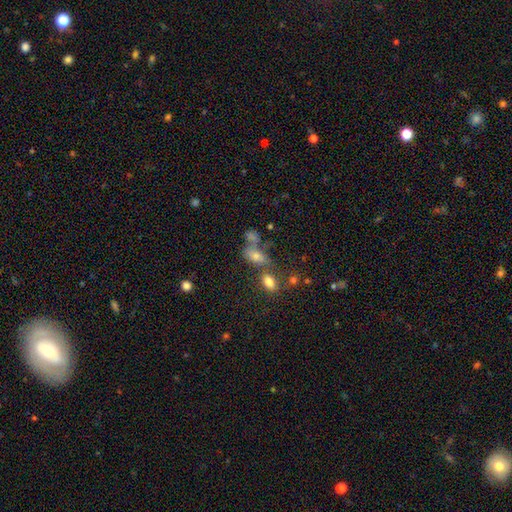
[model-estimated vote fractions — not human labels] smooth 62%, star or artifact 19%, featured or disk 19%. Down the decision tree: how rounded — in between (78%); merging — none (44%).